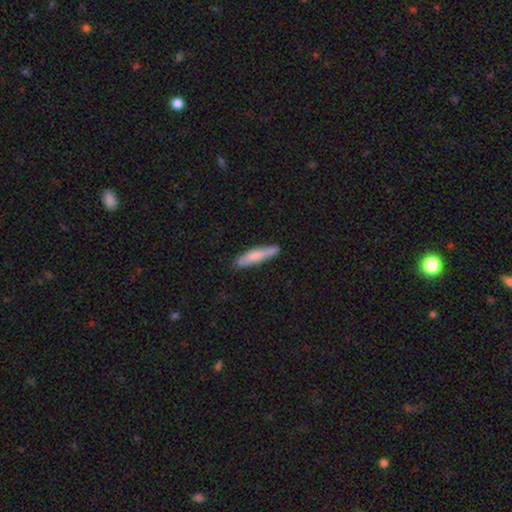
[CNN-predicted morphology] Smooth or featured?
  - smooth: 72% *
  - featured or disk: 23%
  - star or artifact: 6%
How rounded?
  - cigar-shaped: 87% *
  - in between: 12%
  - round: 1%
Merging?
  - none: 82% *
  - minor disturbance: 14%
  - major disturbance: 2%
  - merger: 2%